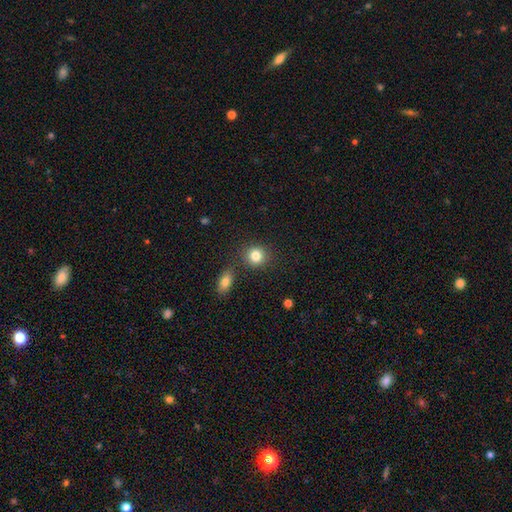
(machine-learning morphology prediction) Overall: smooth (84%). How rounded: round (83%). Merging: none (81%).